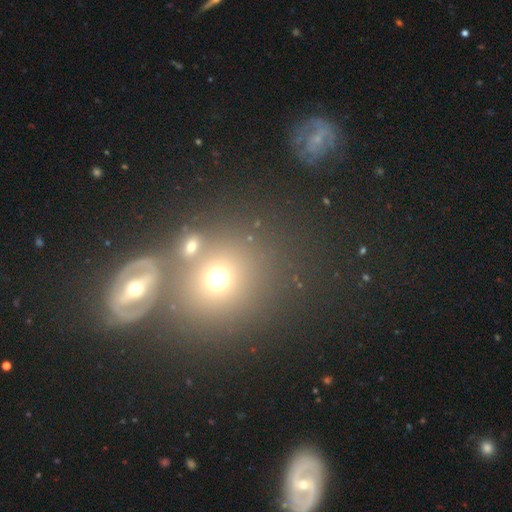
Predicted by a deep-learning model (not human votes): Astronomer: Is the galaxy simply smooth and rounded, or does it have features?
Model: smooth — 58%.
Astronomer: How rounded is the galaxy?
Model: round — 80%.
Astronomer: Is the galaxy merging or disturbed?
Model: none — 60%.